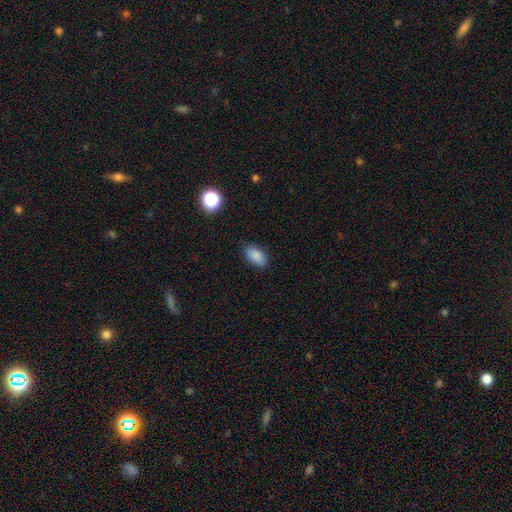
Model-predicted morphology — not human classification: smooth_or_featured: smooth (p=0.87) [alt: star or artifact p=0.09]
how_rounded: in between (p=0.92) [alt: round p=0.05]
merging: none (p=0.85) [alt: minor disturbance p=0.11]